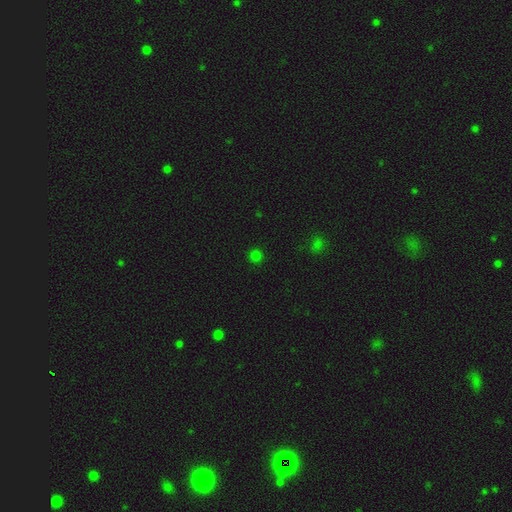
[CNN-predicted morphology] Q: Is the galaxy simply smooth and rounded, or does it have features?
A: smooth — 77%.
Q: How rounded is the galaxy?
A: round — 94%.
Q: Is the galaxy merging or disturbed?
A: none — 91%.